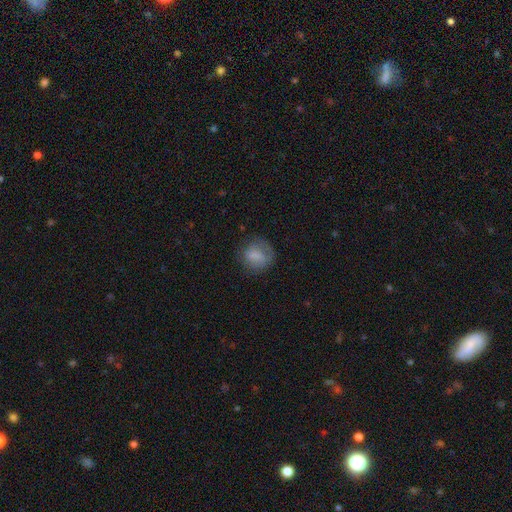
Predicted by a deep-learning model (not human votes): smooth-or-featured: smooth: 75% | featured or disk: 16% | star or artifact: 9%
  how-rounded: round: 73% | in between: 25% | cigar-shaped: 1%
  merging: none: 66% | minor disturbance: 21% | major disturbance: 12% | merger: 2%